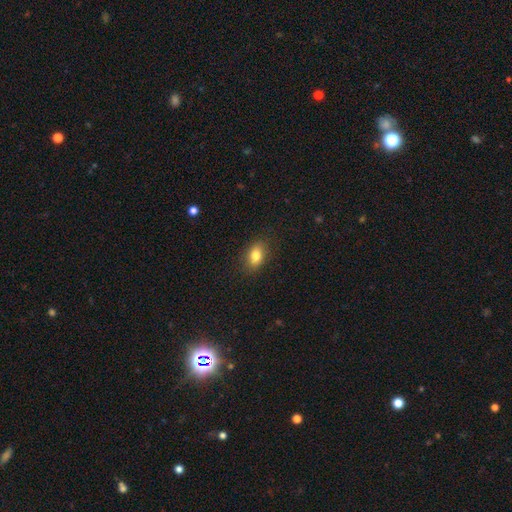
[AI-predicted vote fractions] This is clearly a smooth galaxy (82%). How rounded: clearly in between (82%). Merging: clearly none (86%).